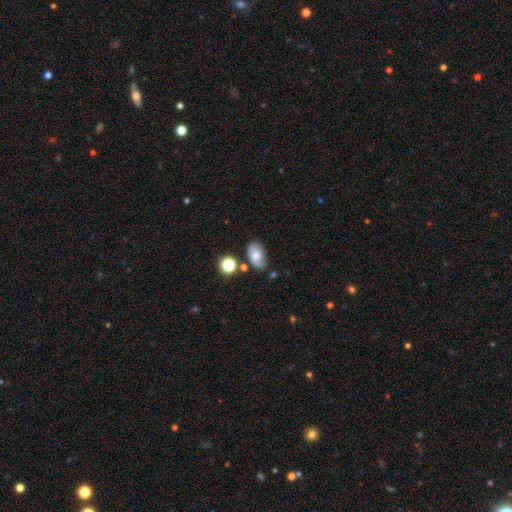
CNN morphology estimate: type=smooth (65%); roundness=in between (88%); merging=none (58%).